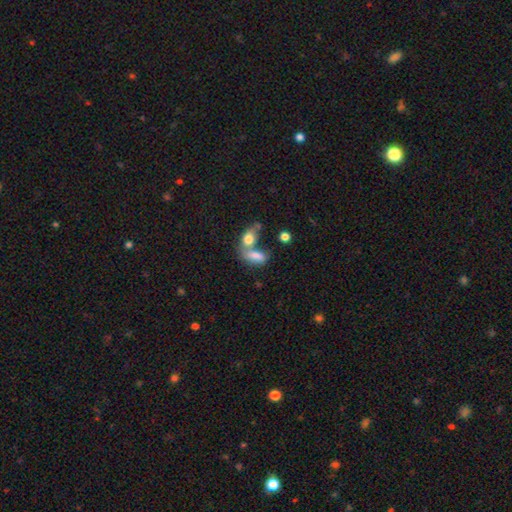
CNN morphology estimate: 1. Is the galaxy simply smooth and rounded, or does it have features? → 78% smooth, 13% featured or disk, 9% star or artifact.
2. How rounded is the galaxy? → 83% in between, 9% cigar-shaped, 8% round.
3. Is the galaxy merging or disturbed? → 54% merger, 28% none, 11% minor disturbance, 7% major disturbance.